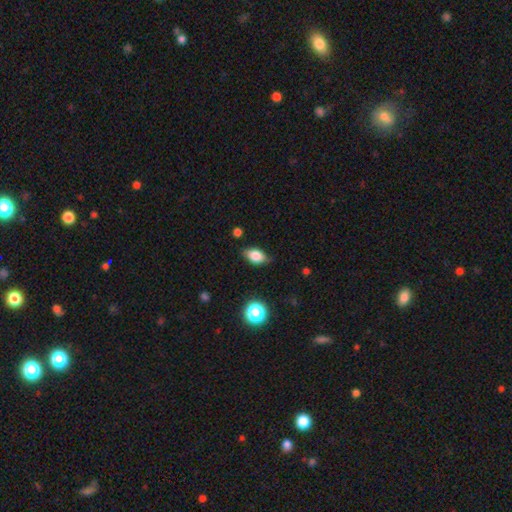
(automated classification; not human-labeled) This appears to be a smooth galaxy with no disk features (77%) that is in between round and cigar-shaped (84%). Merging: none (76%).